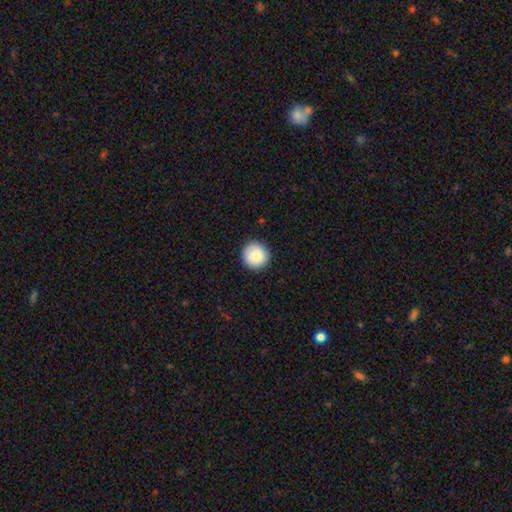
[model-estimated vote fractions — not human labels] Q: Smooth or featured?
A: smooth (84%); runner-up: featured or disk (9%)
Q: How rounded?
A: round (96%); runner-up: in between (3%)
Q: Merging?
A: none (90%); runner-up: minor disturbance (7%)